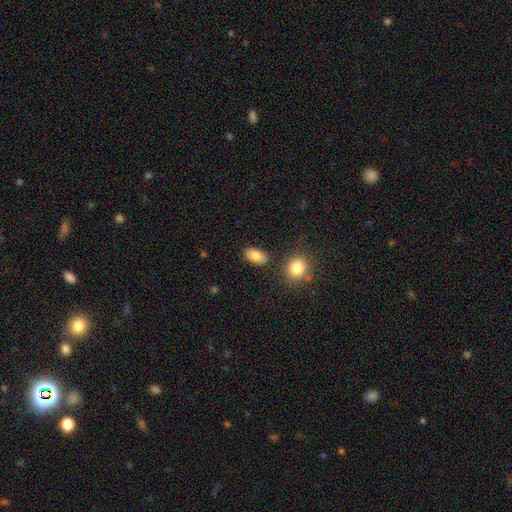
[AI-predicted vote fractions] Smooth or featured?
  - smooth: 86% *
  - star or artifact: 8%
  - featured or disk: 6%
How rounded?
  - in between: 91% *
  - round: 7%
  - cigar-shaped: 2%
Merging?
  - none: 82% *
  - minor disturbance: 10%
  - merger: 4%
  - major disturbance: 3%